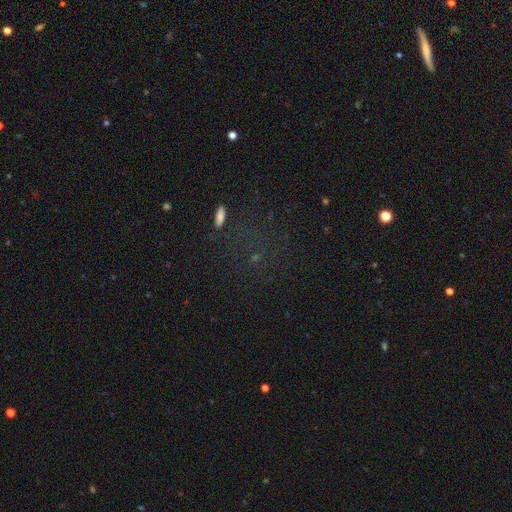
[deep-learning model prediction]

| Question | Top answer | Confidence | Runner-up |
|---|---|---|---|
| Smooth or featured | star or artifact | 55% | smooth (31%) |